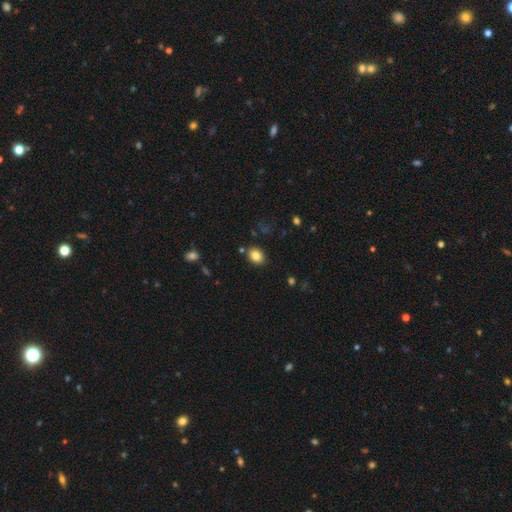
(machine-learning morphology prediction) smooth-or-featured: smooth: 85% | star or artifact: 10% | featured or disk: 5%
  how-rounded: in between: 53% | round: 46% | cigar-shaped: 1%
  merging: none: 85% | minor disturbance: 9% | merger: 3% | major disturbance: 3%